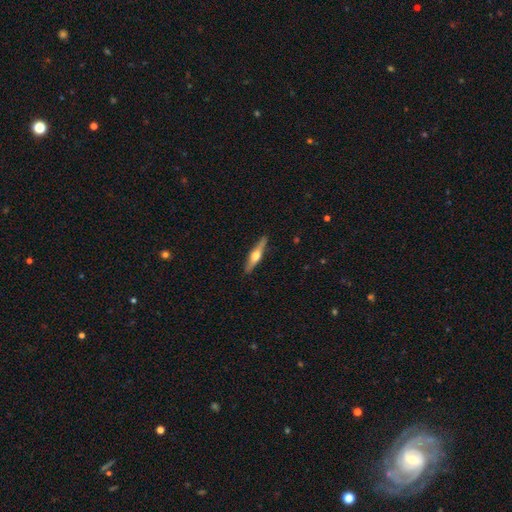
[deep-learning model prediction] A featured or disk galaxy (63%) viewed edge-on (96%) with a rounded central bulge (95%). Merging: none (90%).